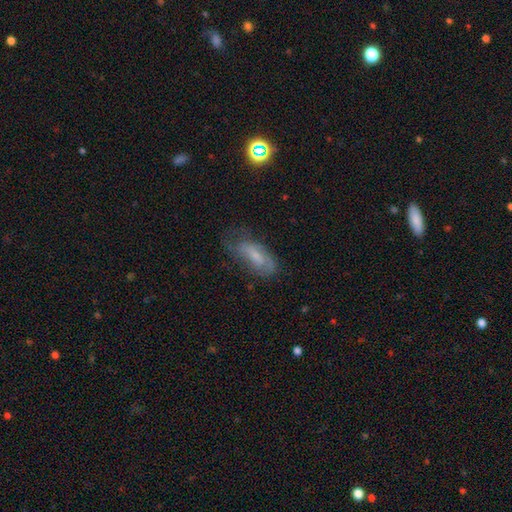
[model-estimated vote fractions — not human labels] A smooth galaxy with no disk features (46%). Merging: none (49%).